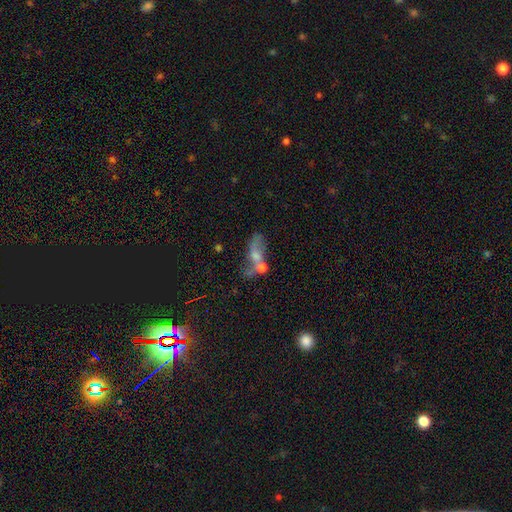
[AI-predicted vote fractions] smooth-or-featured: featured or disk: 41% | smooth: 38% | star or artifact: 21%
  merging: merger: 45% | none: 25% | major disturbance: 17% | minor disturbance: 12%